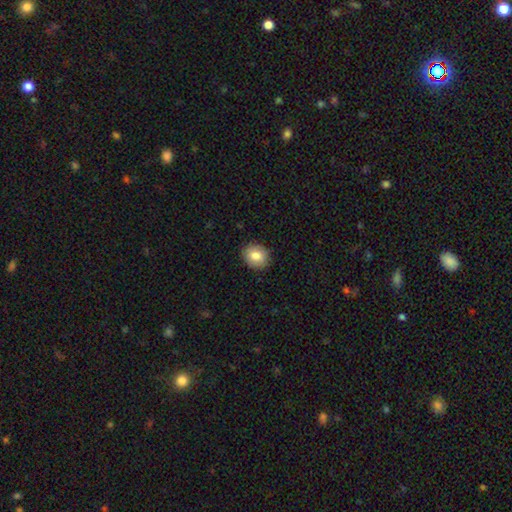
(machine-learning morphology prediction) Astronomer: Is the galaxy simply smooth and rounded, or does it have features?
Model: smooth — 82%.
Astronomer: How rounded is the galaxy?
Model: round — 62% (runner-up: in between, 37%).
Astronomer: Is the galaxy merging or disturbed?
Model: none — 89%.